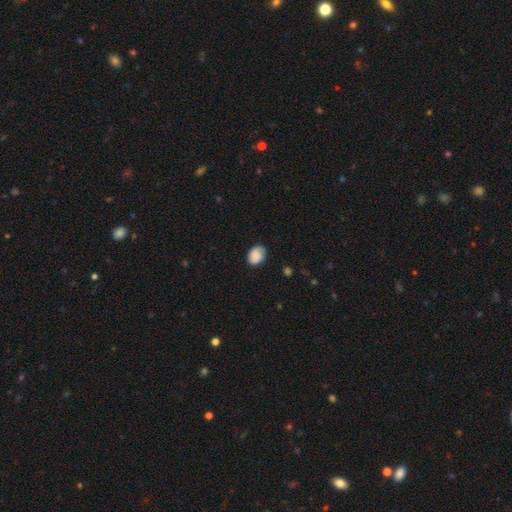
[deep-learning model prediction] Overall: smooth (73%). How rounded: in between (73%). Merging: none (76%).